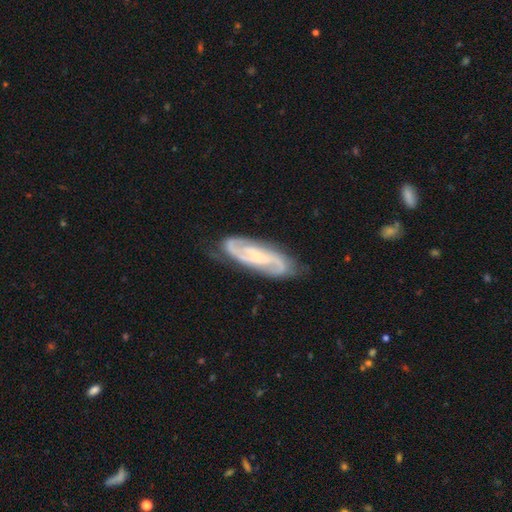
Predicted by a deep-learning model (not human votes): The model was most divided on "bar": no: 43%, weak: 38%, strong: 19%. Remaining: spiral arms — yes (97%); edge-on disk — no (92%); smooth or featured — featured or disk (85%); spiral arm count — 2 (82%); merging — none (78%); bulge size — small (47%); spiral winding — medium (47%).